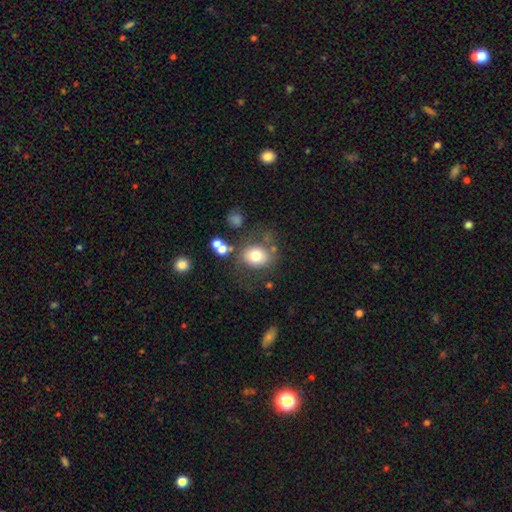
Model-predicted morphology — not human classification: Smooth or featured: smooth — 73% (featured or disk — 16%)
How rounded: round — 56% (in between — 43%)
Merging: none — 61% (minor disturbance — 18%)